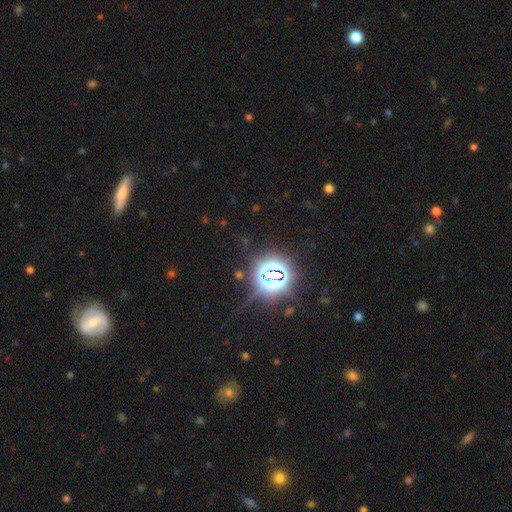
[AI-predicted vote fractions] A star or artifact, not a galaxy (80%).